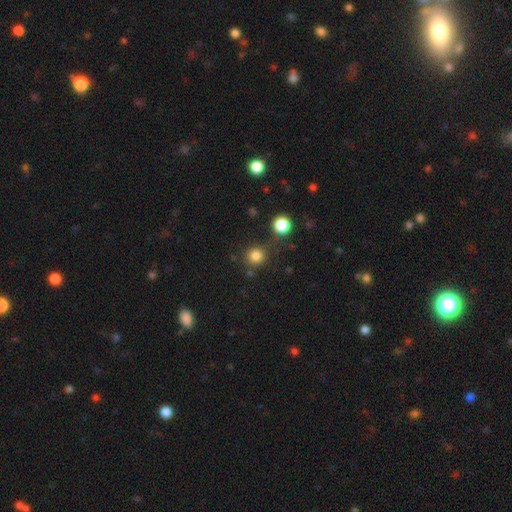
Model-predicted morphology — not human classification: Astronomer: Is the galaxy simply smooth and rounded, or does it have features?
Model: smooth — 81%.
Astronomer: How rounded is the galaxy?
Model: round — 92%.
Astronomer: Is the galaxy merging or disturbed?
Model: none — 78%.